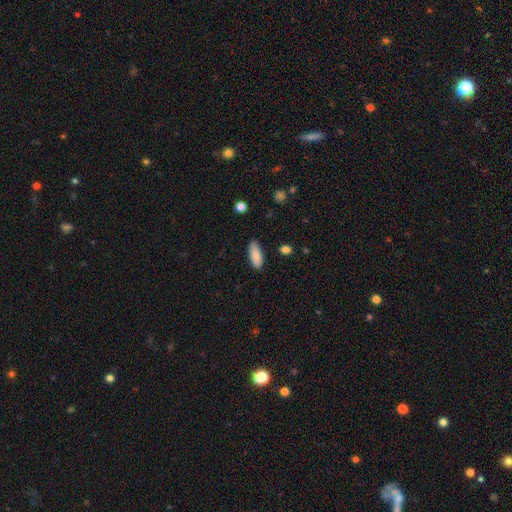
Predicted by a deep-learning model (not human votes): Smooth or featured?
  - smooth: 88% *
  - star or artifact: 6%
  - featured or disk: 5%
How rounded?
  - in between: 79% *
  - cigar-shaped: 19%
  - round: 2%
Merging?
  - none: 84% *
  - minor disturbance: 12%
  - major disturbance: 2%
  - merger: 1%